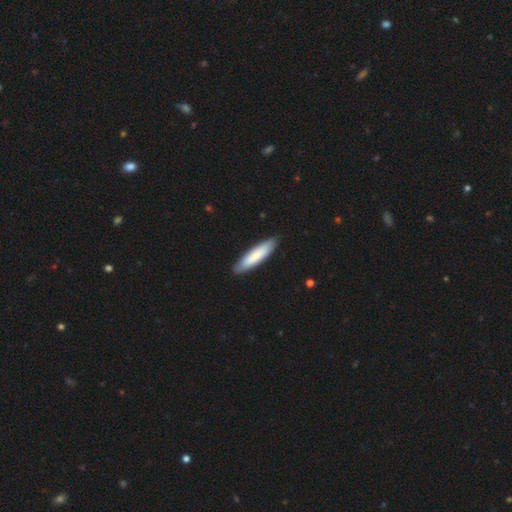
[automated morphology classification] Q: Smooth or featured?
A: smooth (79%); runner-up: featured or disk (16%)
Q: How rounded?
A: cigar-shaped (77%); runner-up: in between (22%)
Q: Merging?
A: none (88%); runner-up: minor disturbance (10%)